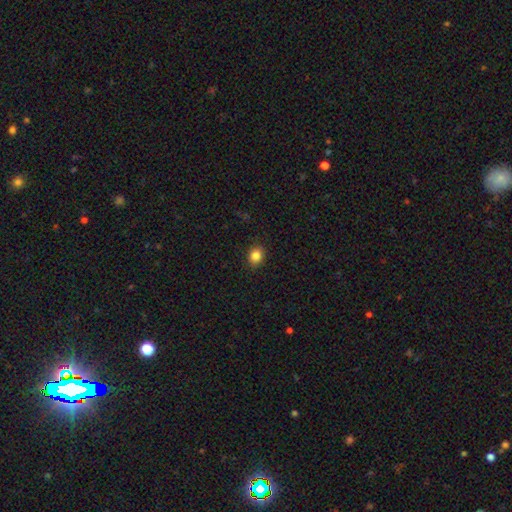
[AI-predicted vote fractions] Smooth or featured? Predicted: smooth (p=0.85). How rounded? Predicted: round (p=0.57). Merging? Predicted: none (p=0.89).